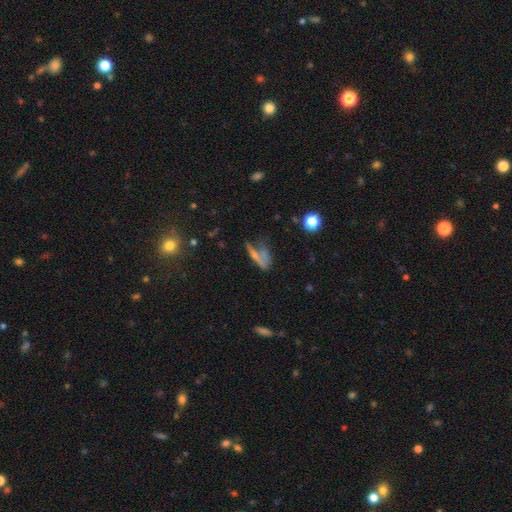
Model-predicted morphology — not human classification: A smooth galaxy with no disk features (45%).

Vote fractions:
- Smooth or featured? smooth: 45% / featured or disk: 34% / star or artifact: 21%
- Merging? none: 37% / major disturbance: 27% / minor disturbance: 19% / merger: 17%